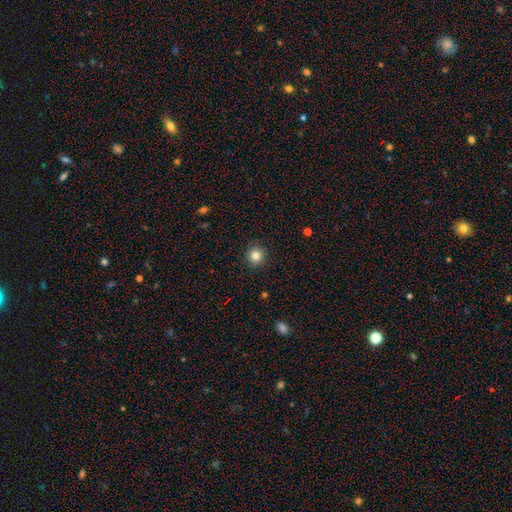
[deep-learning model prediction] A smooth galaxy with no disk features (82%) that is round (93%). Merging: none (91%).